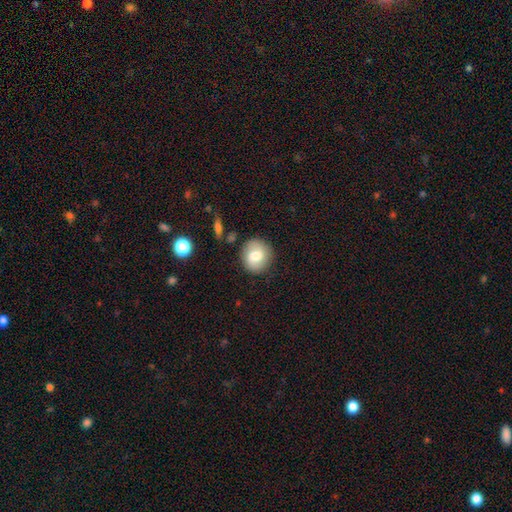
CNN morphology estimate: Smooth or featured? smooth (69%)
How rounded? round (84%)
Merging? none (83%)